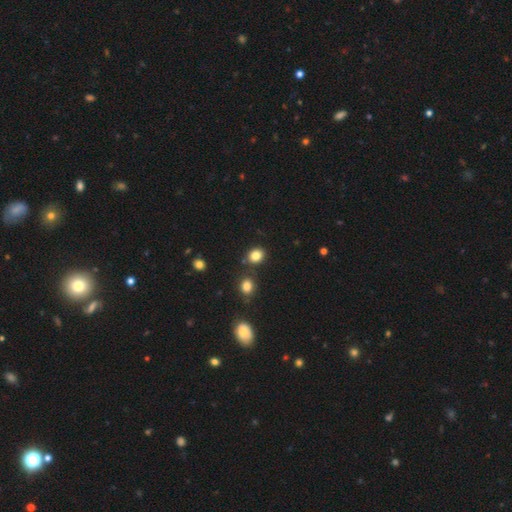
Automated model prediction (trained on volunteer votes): smooth 82%, star or artifact 12%, featured or disk 6%. Down the decision tree: how rounded — round (62%); merging — none (79%).